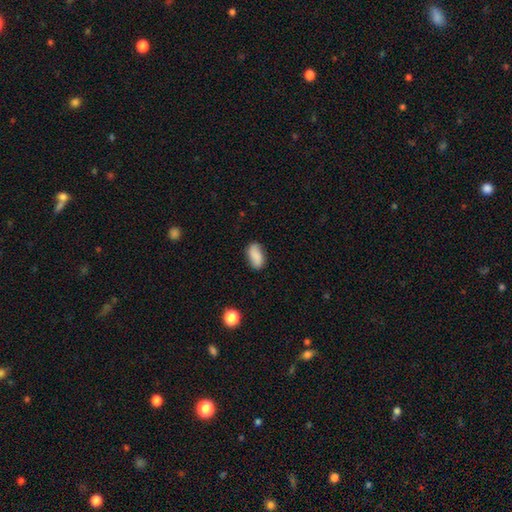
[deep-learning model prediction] Q: Smooth or featured?
A: smooth (78%); runner-up: featured or disk (13%)
Q: How rounded?
A: in between (90%); runner-up: cigar-shaped (5%)
Q: Merging?
A: none (78%); runner-up: minor disturbance (17%)